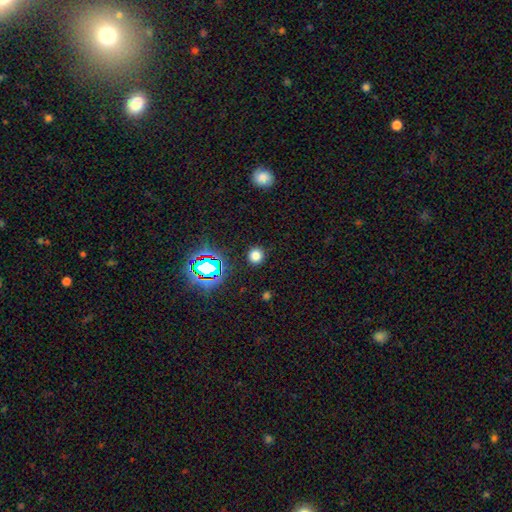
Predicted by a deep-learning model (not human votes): Morphology: type=smooth (74%); roundness=round (90%); merging=none (90%).